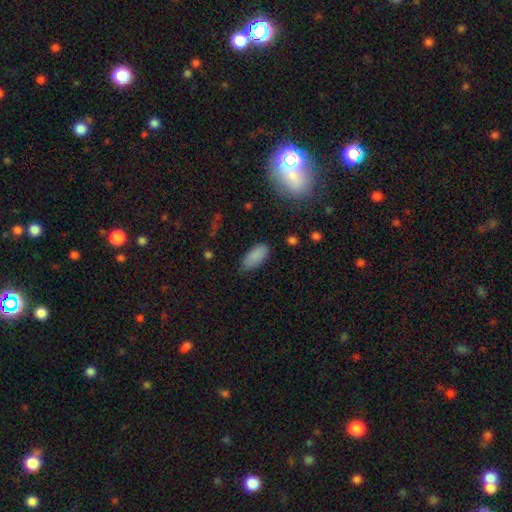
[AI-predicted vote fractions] smooth_or_featured: smooth (p=0.86) [alt: star or artifact p=0.08]
how_rounded: in between (p=0.91) [alt: cigar-shaped p=0.07]
merging: none (p=0.70) [alt: minor disturbance p=0.23]